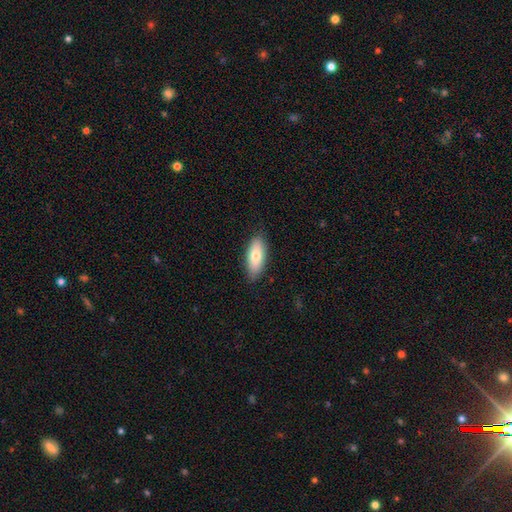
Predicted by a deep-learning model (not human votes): The model was most divided on "smooth or featured": smooth: 75%, featured or disk: 18%, star or artifact: 6%. More confident: merging — none (85%); how rounded — in between (79%).